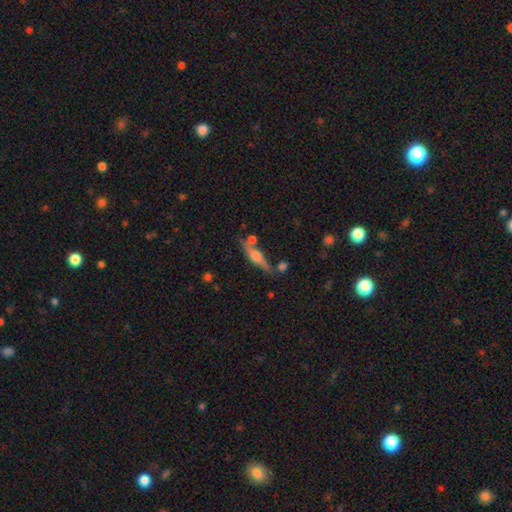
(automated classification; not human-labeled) Smooth or featured? featured or disk (63%)
Edge-on disk? yes (94%)
Edge-on bulge? rounded (85%)
Merging? none (69%)